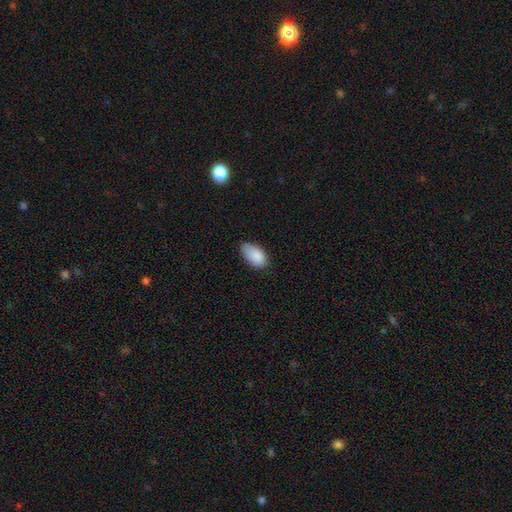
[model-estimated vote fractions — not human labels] Overall: smooth (88%). How rounded: in between (95%). Merging: none (67%; minor disturbance 27%).